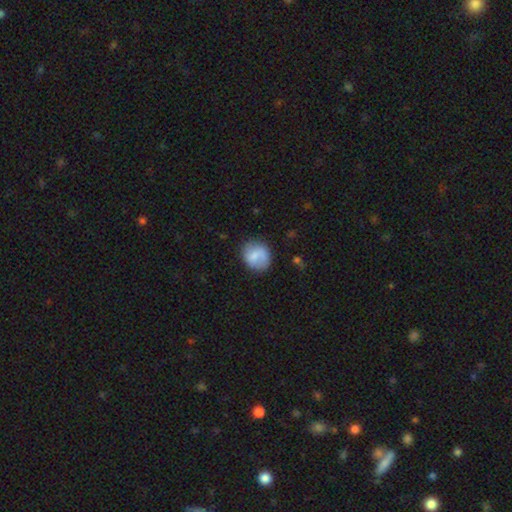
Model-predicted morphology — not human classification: The model was most divided on "smooth or featured": smooth: 71%, featured or disk: 22%, star or artifact: 7%. More confident: how rounded — round (77%); merging — none (74%).